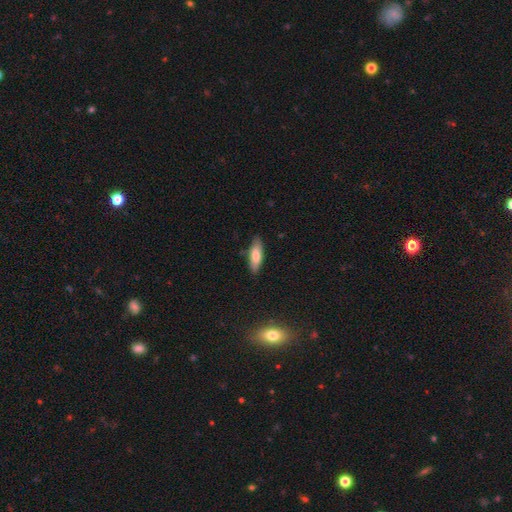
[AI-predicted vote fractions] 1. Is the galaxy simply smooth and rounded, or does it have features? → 74% smooth, 19% featured or disk, 7% star or artifact.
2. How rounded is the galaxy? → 51% in between, 48% cigar-shaped, 2% round.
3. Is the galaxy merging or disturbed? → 82% none, 14% minor disturbance, 2% major disturbance, 1% merger.